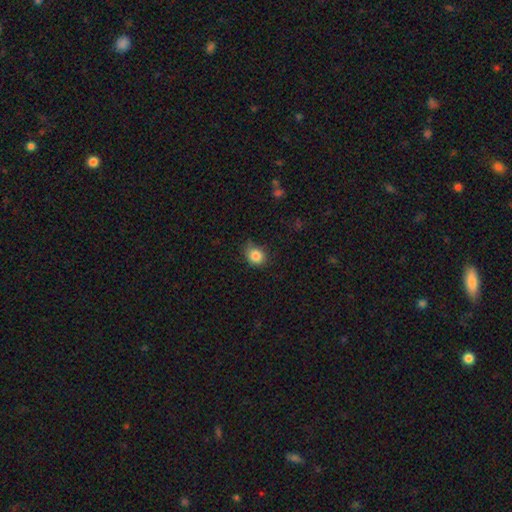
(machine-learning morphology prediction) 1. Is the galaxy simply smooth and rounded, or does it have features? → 85% smooth, 10% star or artifact, 5% featured or disk.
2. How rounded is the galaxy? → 73% round, 26% in between, 1% cigar-shaped.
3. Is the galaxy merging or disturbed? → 68% none, 25% minor disturbance, 5% major disturbance, 2% merger.